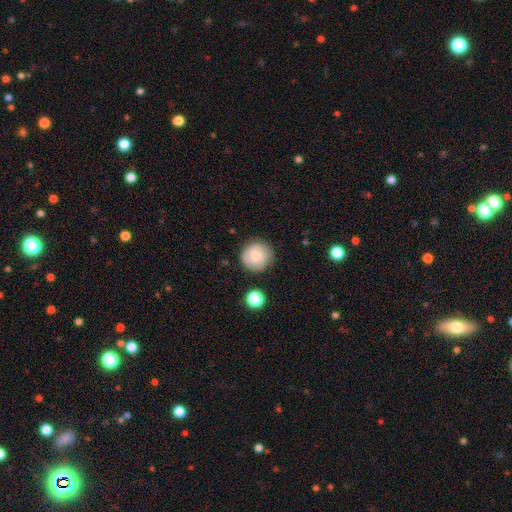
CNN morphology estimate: Smooth or featured: smooth — 73% (featured or disk — 18%)
How rounded: round — 93% (in between — 6%)
Merging: none — 82% (minor disturbance — 12%)